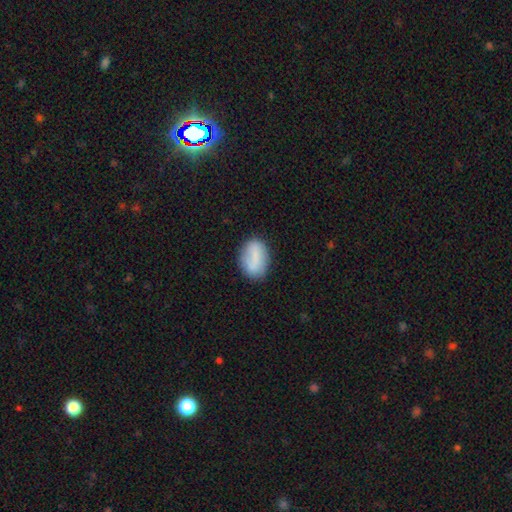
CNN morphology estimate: Smooth or featured? smooth (72%)
How rounded? in between (80%)
Merging? none (77%)